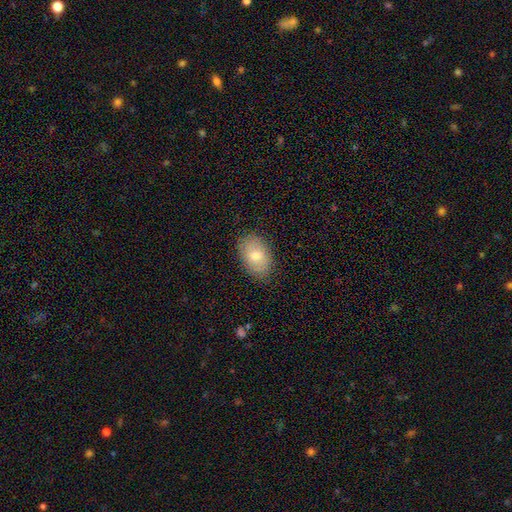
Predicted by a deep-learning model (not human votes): Smooth or featured?
  - smooth: 72% *
  - featured or disk: 21%
  - star or artifact: 8%
How rounded?
  - in between: 88% *
  - round: 11%
  - cigar-shaped: 1%
Merging?
  - none: 85% *
  - minor disturbance: 12%
  - major disturbance: 3%
  - merger: 1%